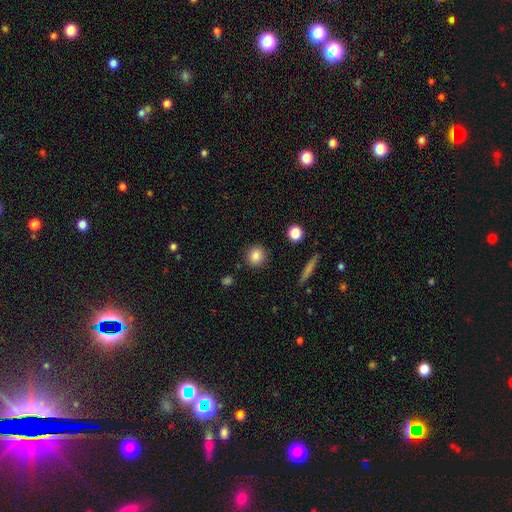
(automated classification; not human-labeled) A smooth galaxy with no disk features (84%) that is round (88%). Merging: none (89%).